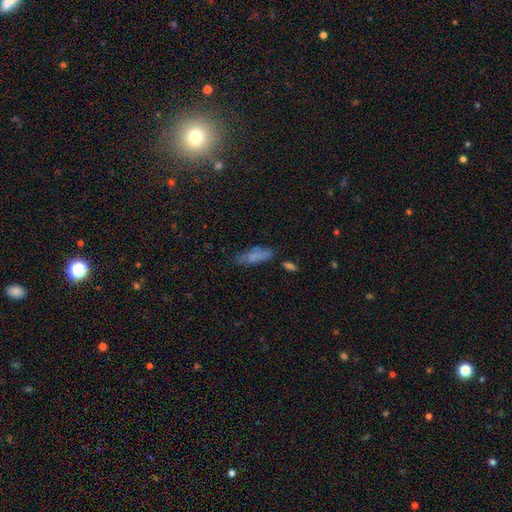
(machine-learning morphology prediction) type=smooth (73%); roundness=in between (52%); merging=none (61%).